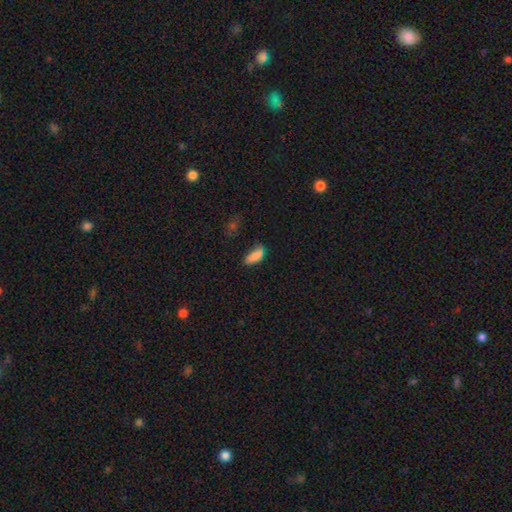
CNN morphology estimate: A smooth galaxy with no disk features (81%) that is in between round and cigar-shaped (79%). Merging: none (53%).